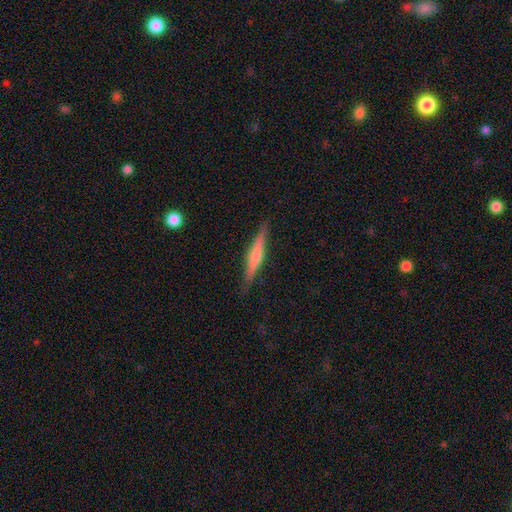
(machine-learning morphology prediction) Q: Smooth or featured?
A: featured or disk (51%); runner-up: smooth (43%)
Q: Edge-on disk?
A: yes (97%); runner-up: no (3%)
Q: Merging?
A: none (88%); runner-up: minor disturbance (9%)